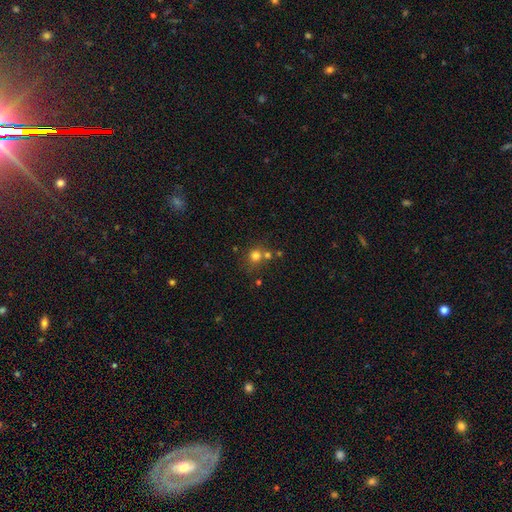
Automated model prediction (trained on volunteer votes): smooth_or_featured: smooth (p=0.75) [alt: star or artifact p=0.16]
how_rounded: round (p=0.86) [alt: in between p=0.13]
merging: none (p=0.57) [alt: merger p=0.29]